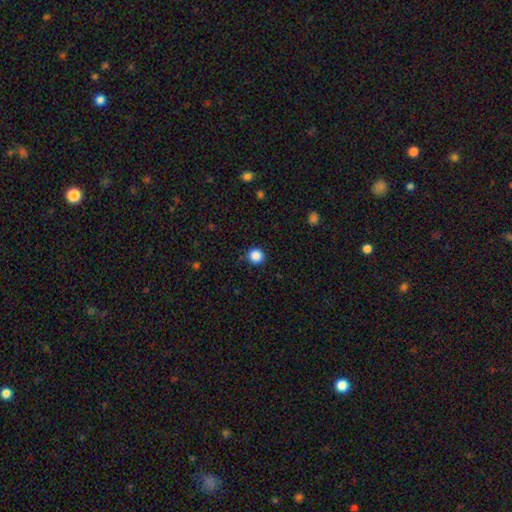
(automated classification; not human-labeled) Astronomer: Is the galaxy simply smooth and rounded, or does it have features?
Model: smooth — 86%.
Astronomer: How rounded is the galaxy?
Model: round — 95%.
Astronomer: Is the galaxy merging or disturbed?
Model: none — 89%.